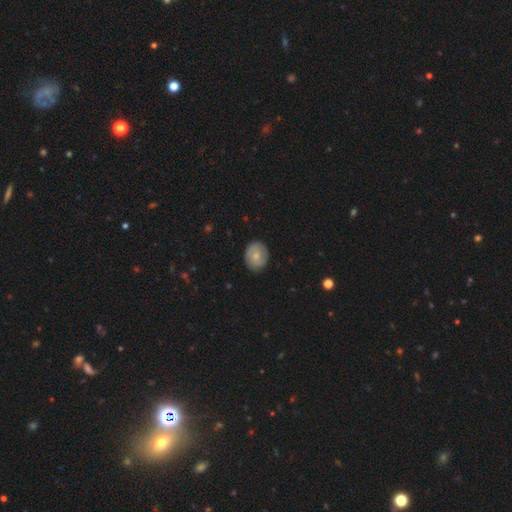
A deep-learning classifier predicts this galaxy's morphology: A smooth galaxy with no disk features (69%) that is round (57%). Merging: none (86%).